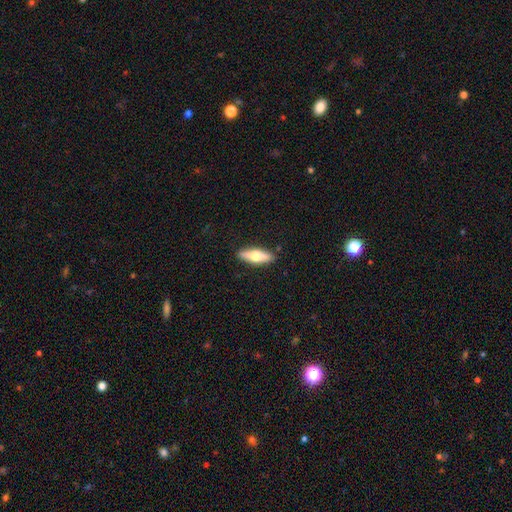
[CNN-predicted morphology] A smooth galaxy with no disk features (56%) that is cigar-shaped (49%, tied with in between).

Vote fractions:
- Smooth or featured? smooth: 56% / featured or disk: 38% / star or artifact: 6%
- How rounded? cigar-shaped: 49% (tied) / in between: 49% (tied) / round: 2%
- Merging? none: 89% / minor disturbance: 8% / major disturbance: 2% / merger: 1%